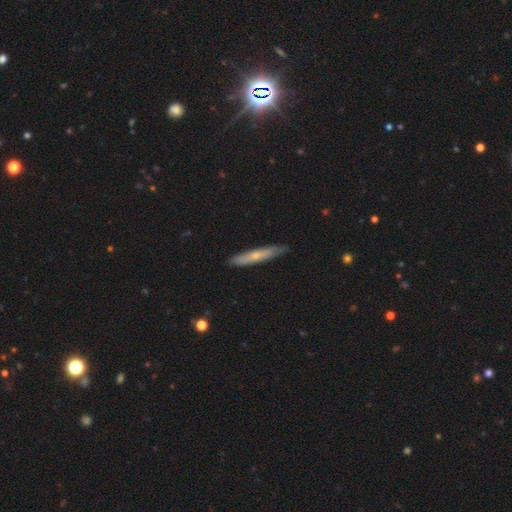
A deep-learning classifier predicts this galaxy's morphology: smooth_or_featured: smooth (p=0.52) [alt: featured or disk p=0.42]
how_rounded: cigar-shaped (p=0.93) [alt: in between p=0.05]
merging: none (p=0.87) [alt: minor disturbance p=0.10]